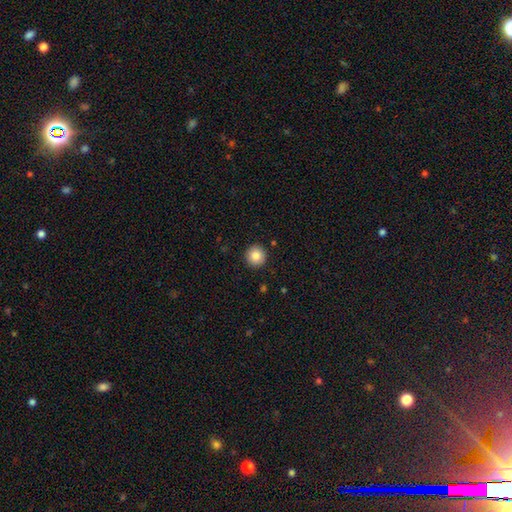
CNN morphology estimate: The model was most divided on "smooth or featured": smooth: 85%, star or artifact: 9%, featured or disk: 6%. More confident: how rounded — round (95%); merging — none (92%).